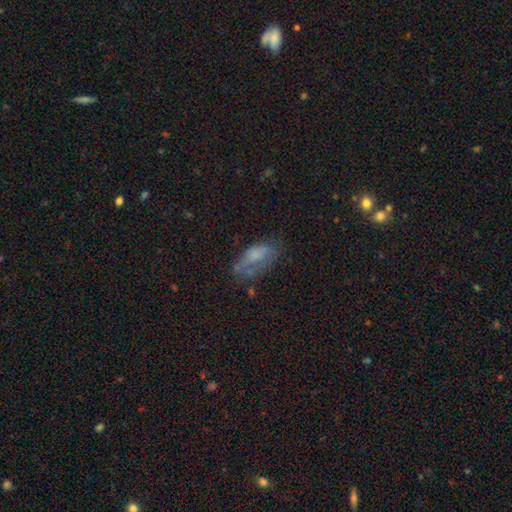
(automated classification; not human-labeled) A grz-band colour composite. It shows a smooth galaxy with no disk features (58%) that is in between round and cigar-shaped (88%). Merging: none (43%).